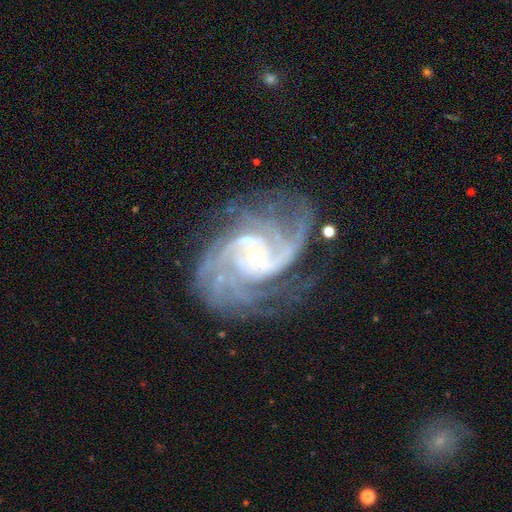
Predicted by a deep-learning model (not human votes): Morphology: type=featured or disk (92%); edge-on=no (98%); bar=no (61%); spiral arms=yes (99%); winding=tight (50%); arm count=2 (24%); bulge=small (75%); merging=none (67%).